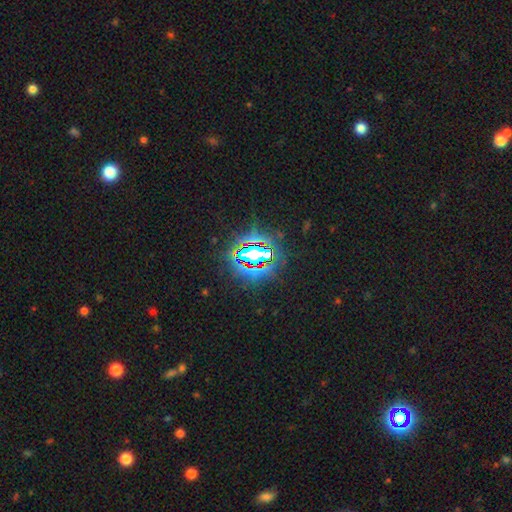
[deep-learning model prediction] A star or artifact, not a galaxy (79%).

Vote fractions:
- Smooth or featured? star or artifact: 79% / smooth: 12% / featured or disk: 9%